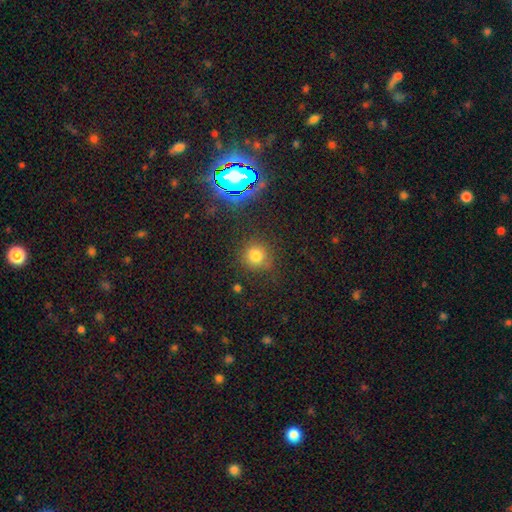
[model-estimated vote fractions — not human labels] Smooth or featured? Predicted: smooth (p=0.73). How rounded? Predicted: round (p=0.89). Merging? Predicted: none (p=0.80).